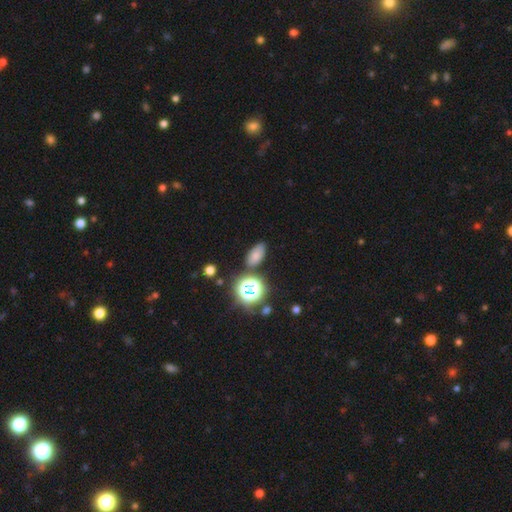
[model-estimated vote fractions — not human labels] A smooth galaxy with no disk features (69%) that is in between round and cigar-shaped (86%). Merging: none (76%).